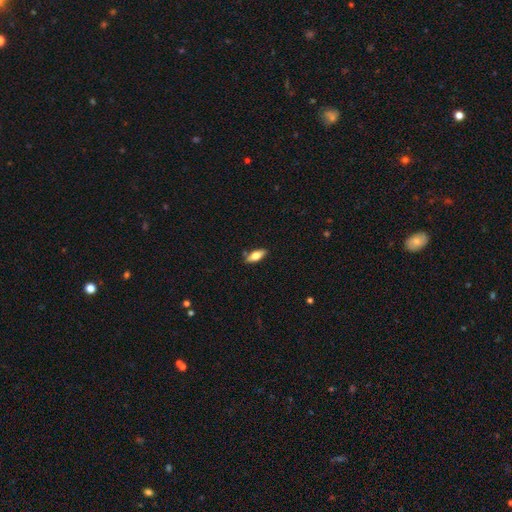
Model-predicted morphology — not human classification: This appears to be a smooth galaxy with no disk features (64%) that is in between round and cigar-shaped (74%). Merging: none (82%).